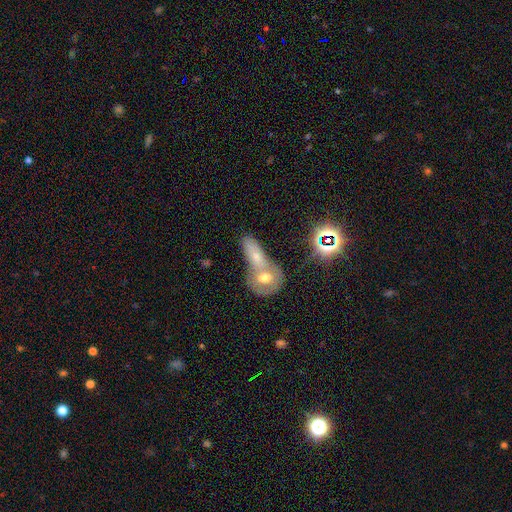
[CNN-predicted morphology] Smooth or featured? smooth (60%)
How rounded? in between (64%)
Merging? merger (58%)